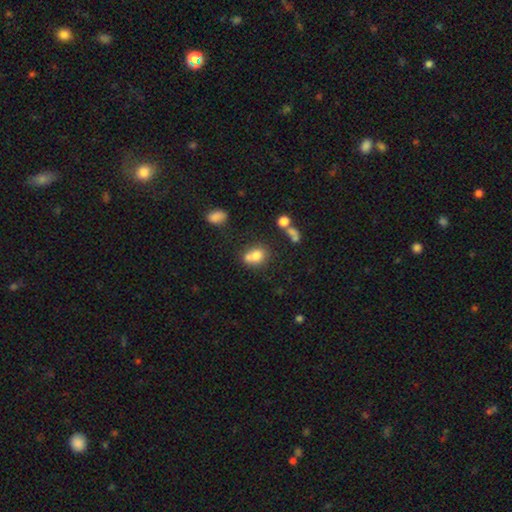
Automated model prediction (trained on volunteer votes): This is likely a smooth galaxy (73%). How rounded: possibly round (53%). Merging: marginally merger (45%).